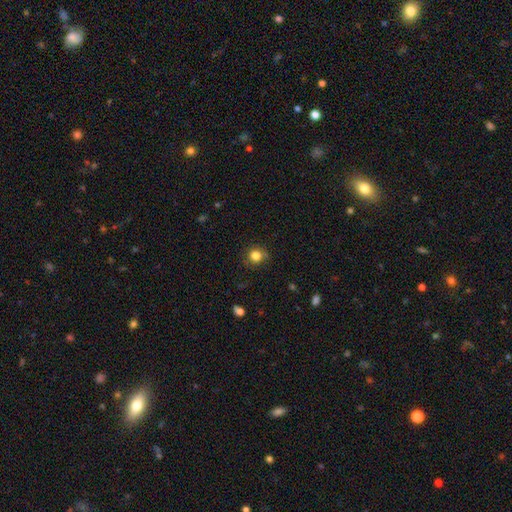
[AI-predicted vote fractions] Overall: smooth (81%). How rounded: round (89%). Merging: none (81%).